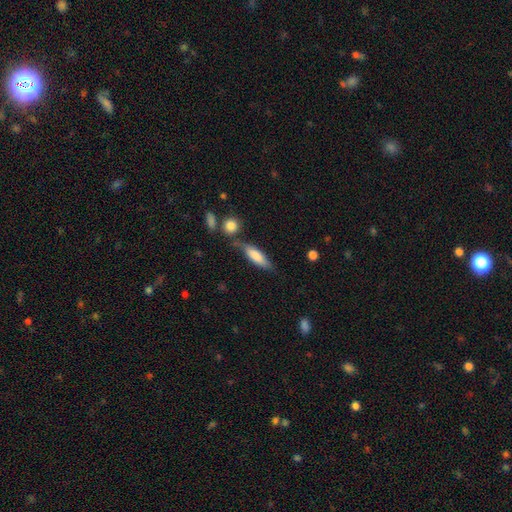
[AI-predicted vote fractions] smooth_or_featured: smooth (p=0.72) [alt: featured or disk p=0.22]
how_rounded: cigar-shaped (p=0.53) [alt: in between p=0.44]
merging: none (p=0.62) [alt: minor disturbance p=0.21]